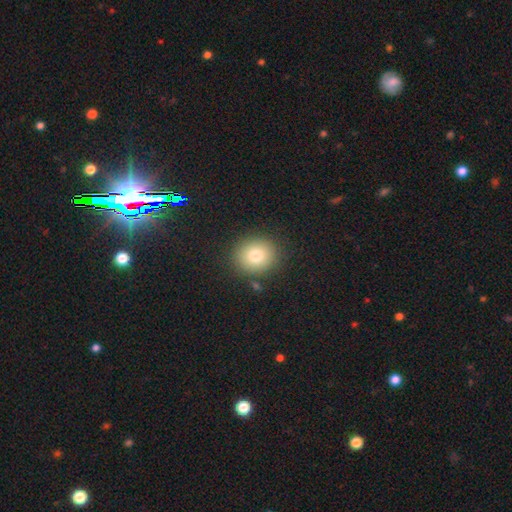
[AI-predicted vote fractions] Smooth or featured? Predicted: smooth (p=0.78). How rounded? Predicted: round (p=0.82). Merging? Predicted: none (p=0.87).